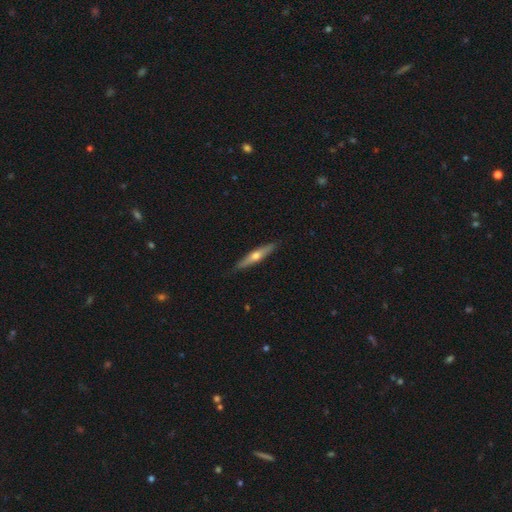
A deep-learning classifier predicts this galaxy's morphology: Q: Smooth or featured?
A: featured or disk (55%); runner-up: smooth (39%)
Q: Edge-on disk?
A: yes (94%); runner-up: no (6%)
Q: Edge-on bulge?
A: rounded (89%); runner-up: none (8%)
Q: Merging?
A: none (89%); runner-up: minor disturbance (9%)